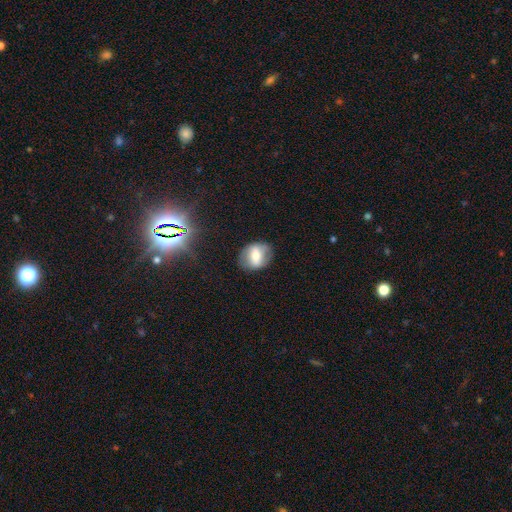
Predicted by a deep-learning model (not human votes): smooth-or-featured: smooth: 46% | featured or disk: 45% | star or artifact: 9%
  merging: none: 80% | minor disturbance: 14% | major disturbance: 5% | merger: 1%